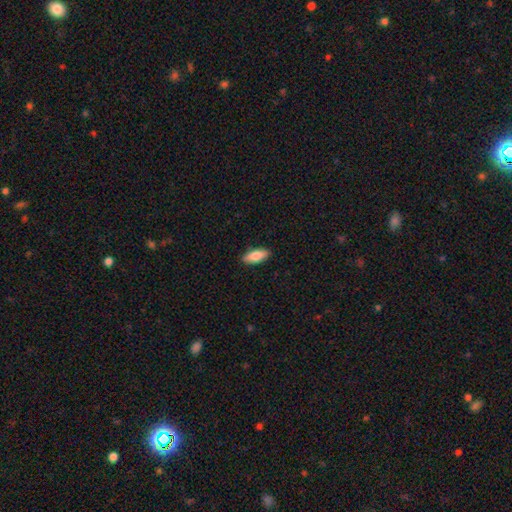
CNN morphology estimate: The model was most divided on "how rounded": in between: 79%, cigar-shaped: 18%, round: 2%. More confident: merging — none (89%); smooth or featured — smooth (80%).